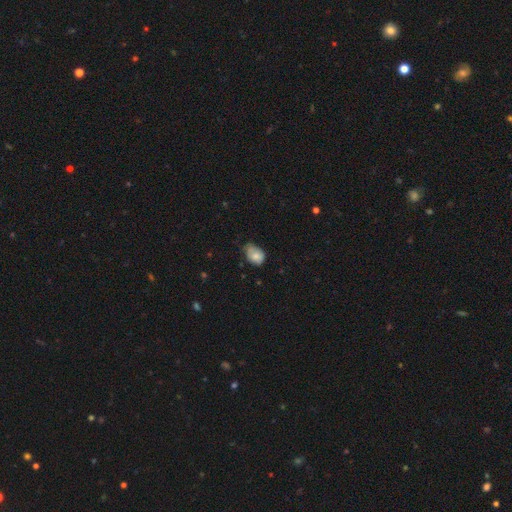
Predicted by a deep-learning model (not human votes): smooth 75%, featured or disk 17%, star or artifact 8%. Down the decision tree: how rounded — in between (75%); merging — minor disturbance (45%).